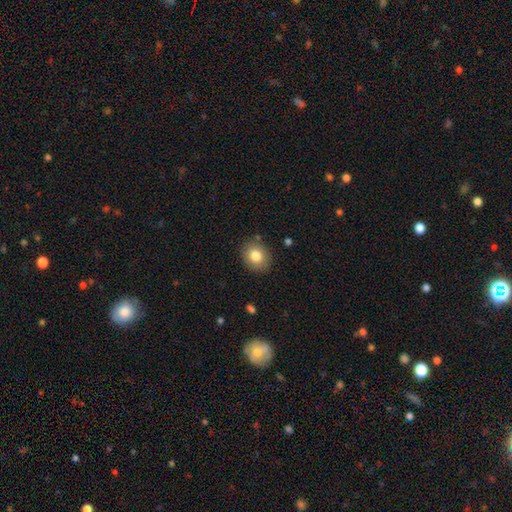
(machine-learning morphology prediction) Smooth or featured: smooth — 82% (star or artifact — 9%)
How rounded: round — 65% (in between — 34%)
Merging: none — 86% (minor disturbance — 10%)